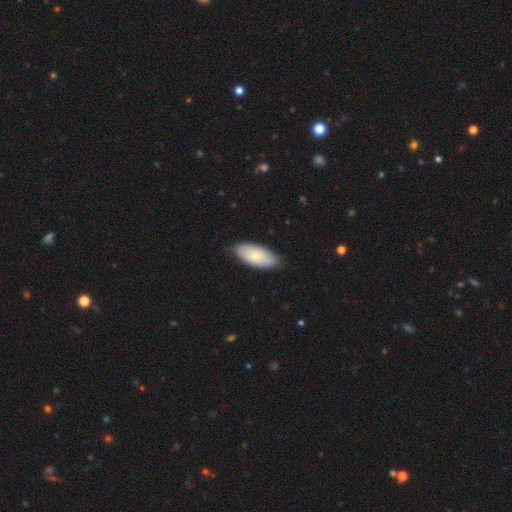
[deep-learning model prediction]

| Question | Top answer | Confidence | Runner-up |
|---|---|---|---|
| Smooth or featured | smooth | 71% | featured or disk (23%) |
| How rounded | in between | 91% | cigar-shaped (7%) |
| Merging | none | 81% | minor disturbance (15%) |